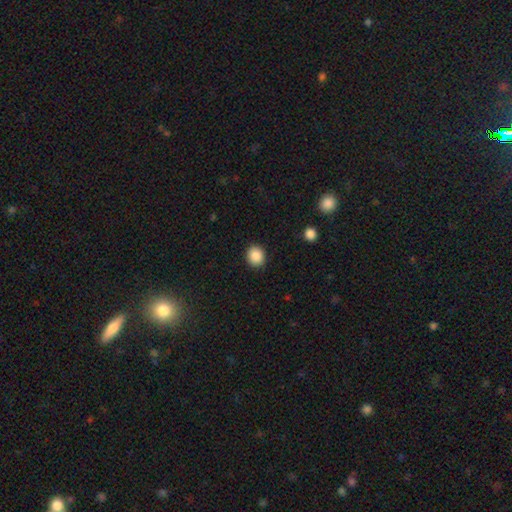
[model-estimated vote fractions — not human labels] Q: Smooth or featured?
A: smooth (88%); runner-up: star or artifact (9%)
Q: How rounded?
A: round (76%); runner-up: in between (23%)
Q: Merging?
A: none (91%); runner-up: minor disturbance (6%)